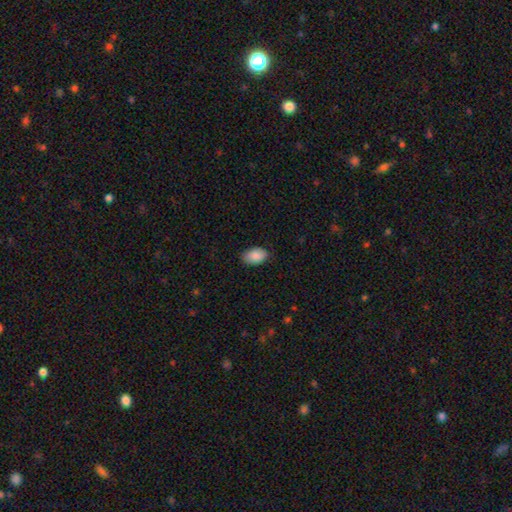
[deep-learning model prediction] Q: Smooth or featured?
A: smooth (89%); runner-up: star or artifact (6%)
Q: How rounded?
A: in between (91%); runner-up: round (8%)
Q: Merging?
A: none (84%); runner-up: minor disturbance (12%)